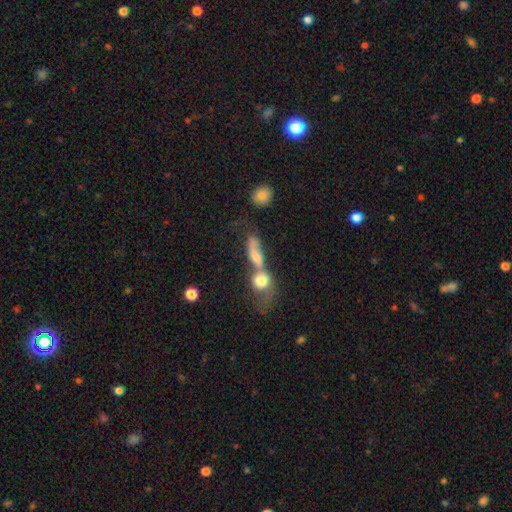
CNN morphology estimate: smooth-or-featured: smooth: 62% | featured or disk: 27% | star or artifact: 10%
  how-rounded: in between: 53% | round: 25% | cigar-shaped: 22%
  merging: merger: 71% | none: 12% | major disturbance: 10% | minor disturbance: 7%